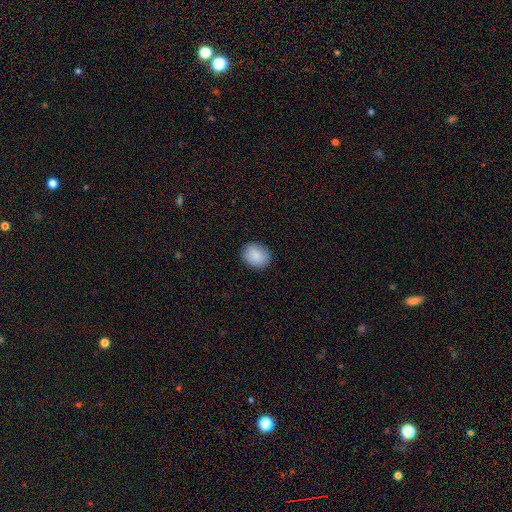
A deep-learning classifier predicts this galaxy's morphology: This is clearly a smooth galaxy (89%). How rounded: likely round (60%). Merging: clearly none (88%).